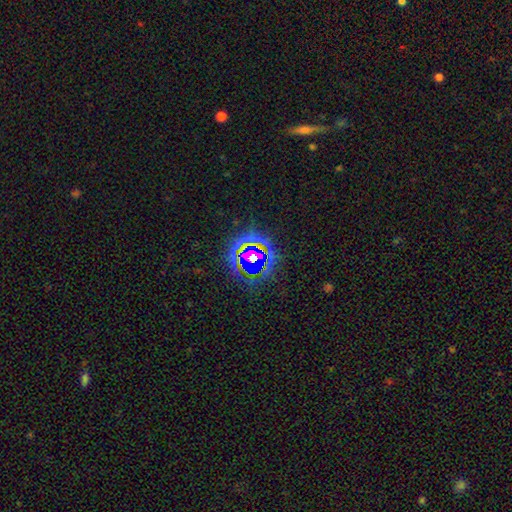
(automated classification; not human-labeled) This is likely a star or artifact rather than a galaxy (74%).